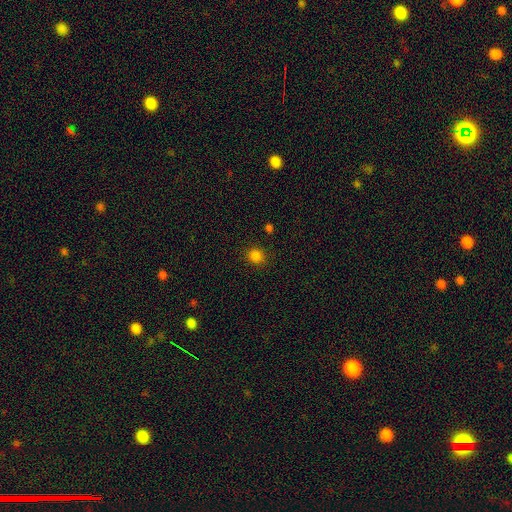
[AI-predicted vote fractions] smooth-or-featured: smooth: 82% | star or artifact: 15% | featured or disk: 3%
  how-rounded: round: 84% | in between: 15% | cigar-shaped: 1%
  merging: none: 89% | minor disturbance: 7% | major disturbance: 3% | merger: 2%